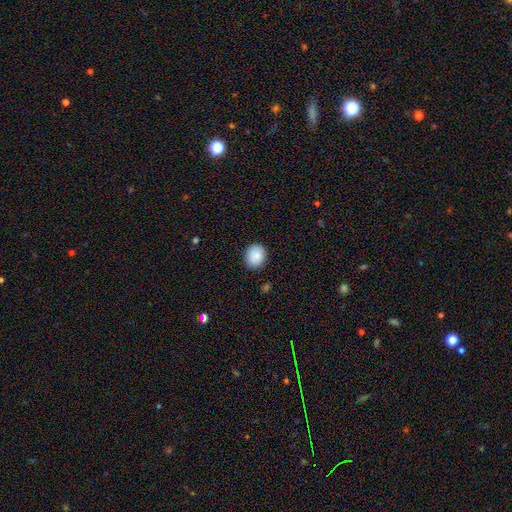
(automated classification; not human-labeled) Smooth or featured? Predicted: smooth (p=0.87). How rounded? Predicted: round (p=0.65). Merging? Predicted: none (p=0.87).